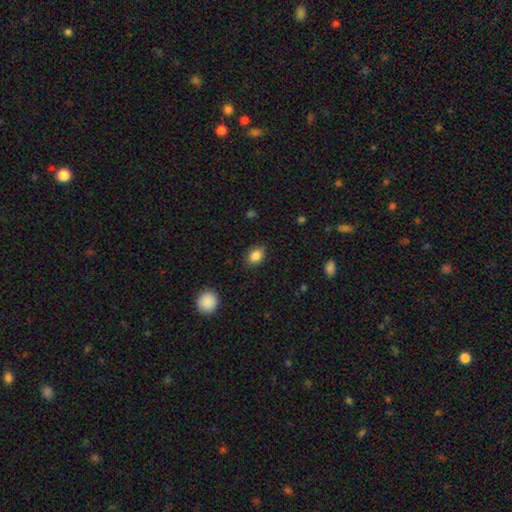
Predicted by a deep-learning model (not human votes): Smooth or featured? Predicted: smooth (p=0.86). How rounded? Predicted: in between (p=0.72). Merging? Predicted: none (p=0.83).